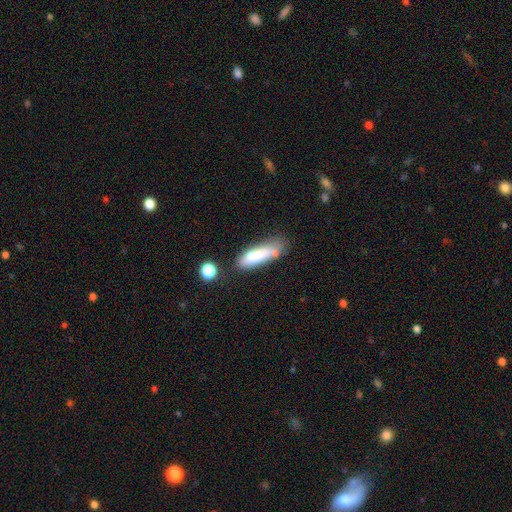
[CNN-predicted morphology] Smooth or featured: smooth — 69% (featured or disk — 22%)
How rounded: cigar-shaped — 63% (in between — 35%)
Merging: none — 50% (minor disturbance — 25%)